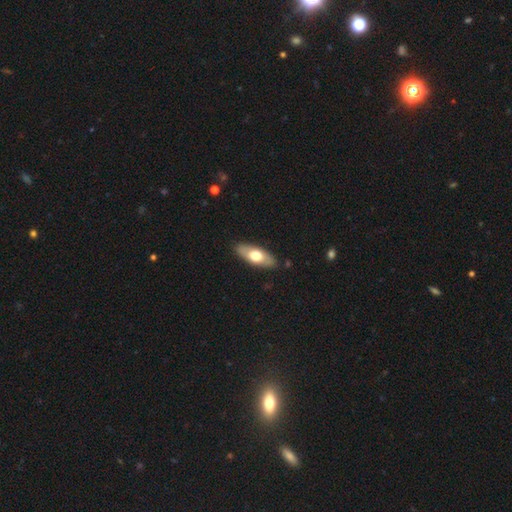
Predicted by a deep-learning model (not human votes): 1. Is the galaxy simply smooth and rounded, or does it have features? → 61% smooth, 34% featured or disk, 5% star or artifact.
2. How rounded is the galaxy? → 76% in between, 21% cigar-shaped, 3% round.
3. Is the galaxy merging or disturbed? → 87% none, 10% minor disturbance, 2% major disturbance, 1% merger.